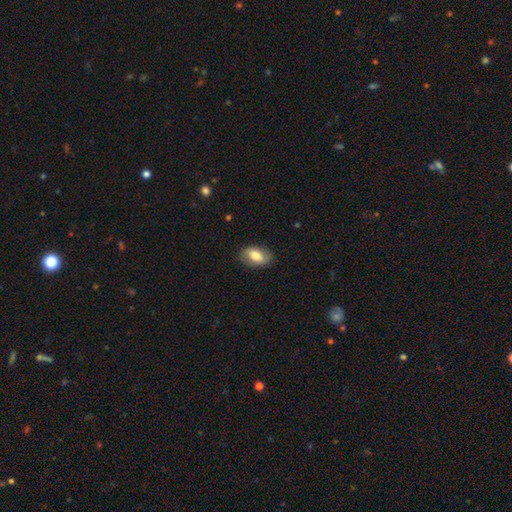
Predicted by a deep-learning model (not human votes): A smooth galaxy with no disk features (73%) that is in between round and cigar-shaped (91%). Merging: none (82%).